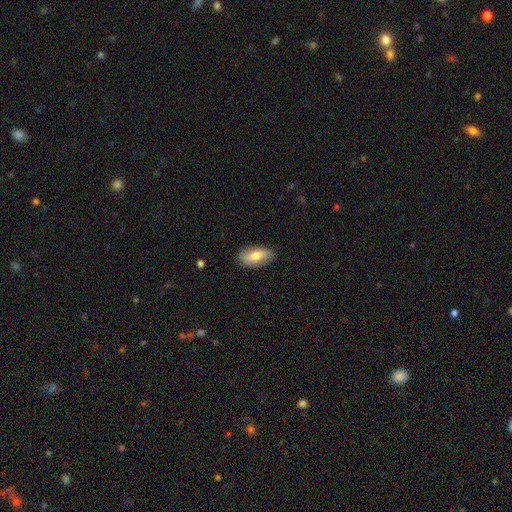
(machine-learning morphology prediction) A smooth galaxy with no disk features (70%) that is in between round and cigar-shaped (88%). Merging: none (85%).